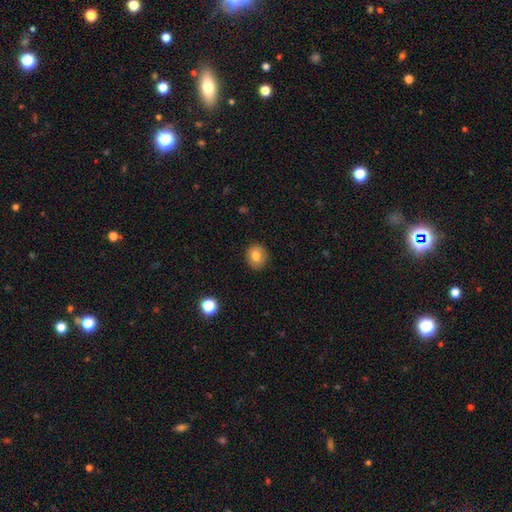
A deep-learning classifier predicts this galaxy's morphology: smooth-or-featured: smooth: 77% | featured or disk: 14% | star or artifact: 9%
  how-rounded: round: 77% | in between: 22% | cigar-shaped: 1%
  merging: none: 88% | minor disturbance: 9% | major disturbance: 2% | merger: 1%